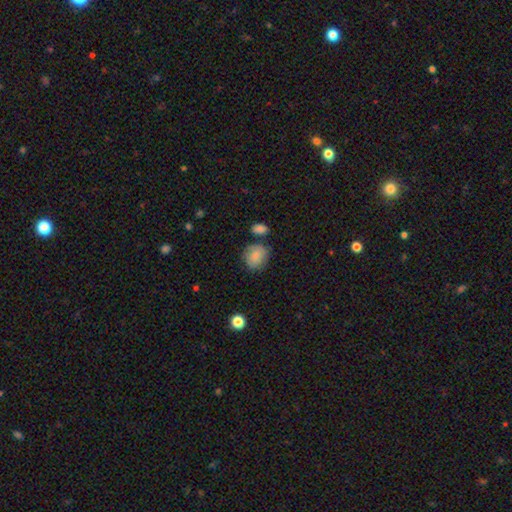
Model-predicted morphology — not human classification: type=smooth (81%); roundness=round (71%); merging=none (67%).